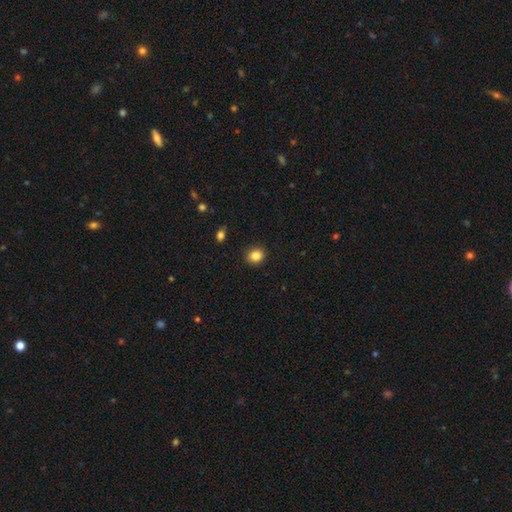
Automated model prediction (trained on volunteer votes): Morphology: type=smooth (85%); roundness=round (67%); merging=none (89%).